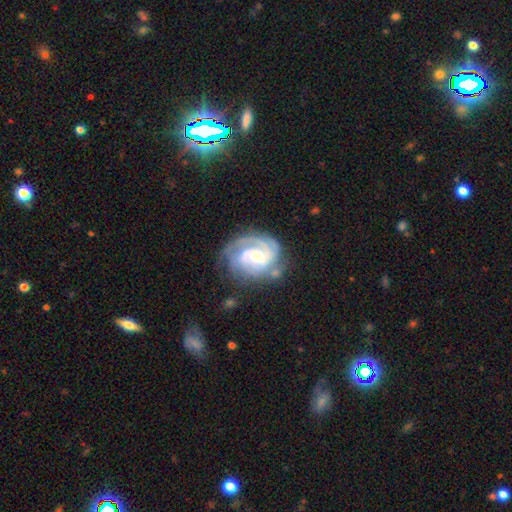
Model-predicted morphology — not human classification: Smooth or featured: featured or disk — 88% (smooth — 7%)
Edge-on disk: no — 98% (yes — 2%)
Bar: no — 45% (weak — 43%)
Spiral arms: yes — 97% (no — 3%)
Spiral winding: tight — 65% (medium — 29%)
Spiral arm count: 2 — 41% (3 — 25%)
Bulge size: moderate — 53% (small — 40%)
Merging: none — 63% (minor disturbance — 21%)